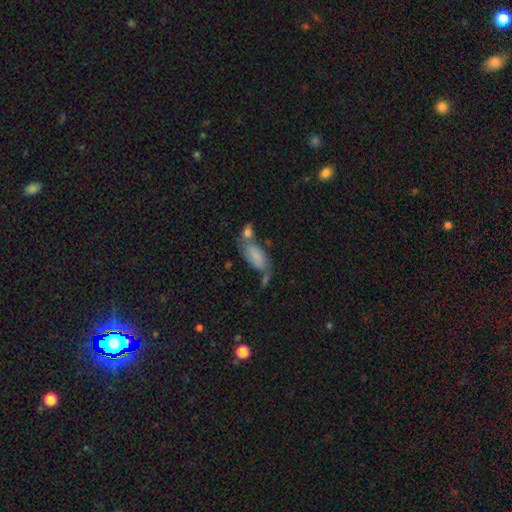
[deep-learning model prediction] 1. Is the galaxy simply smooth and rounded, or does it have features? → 66% smooth, 26% featured or disk, 8% star or artifact.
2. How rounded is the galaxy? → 86% in between, 11% cigar-shaped, 3% round.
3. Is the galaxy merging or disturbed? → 37% merger, 35% none, 18% minor disturbance, 10% major disturbance.